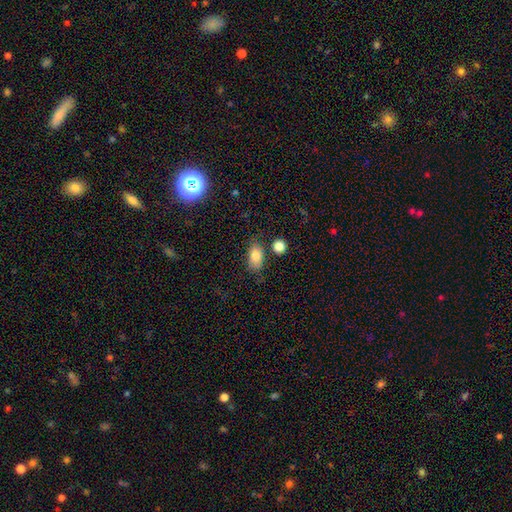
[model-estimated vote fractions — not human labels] Morphology: type=smooth (82%); roundness=in between (86%); merging=none (72%).